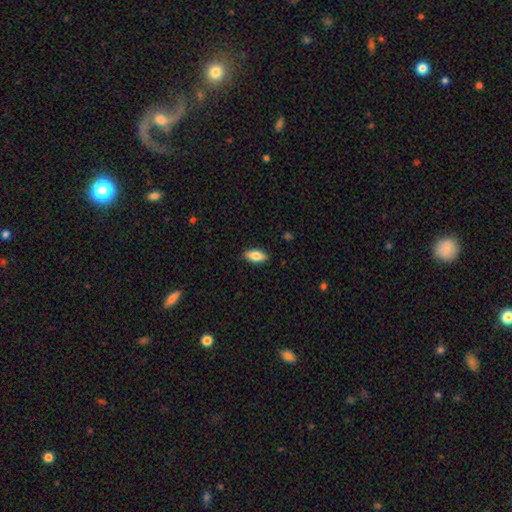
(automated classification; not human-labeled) The model was most divided on "smooth or featured": smooth: 80%, featured or disk: 13%, star or artifact: 7%. More confident: merging — none (88%); how rounded — in between (83%).